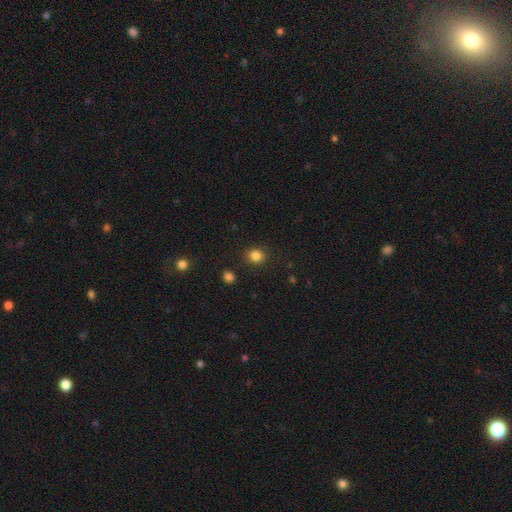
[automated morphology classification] type=smooth (84%); roundness=round (77%); merging=none (88%).